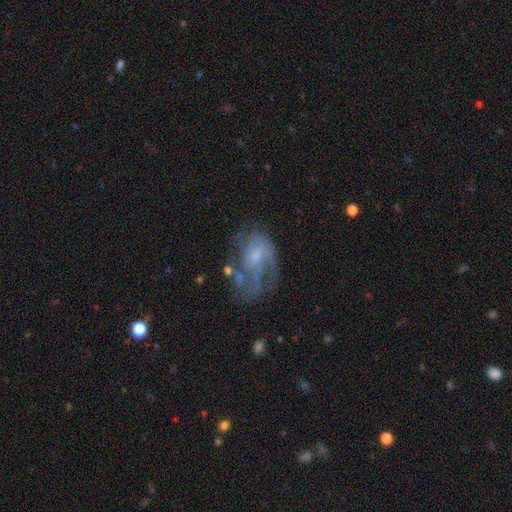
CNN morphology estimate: Overall: featured or disk (69%). Edge-on disk: no (97%). Bar: no (61%; weak 34%). Spiral arms: yes (74%). Bulge size: small (54%; moderate 28%). Merging: none (40%; major disturbance 33%).